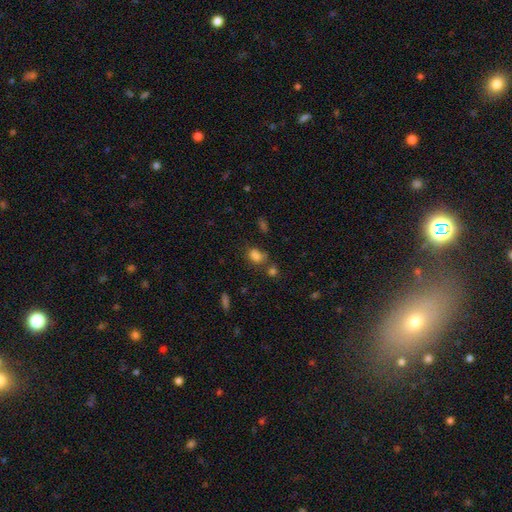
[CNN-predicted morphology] smooth_or_featured: smooth (p=0.79) [alt: star or artifact p=0.14]
how_rounded: in between (p=0.72) [alt: round p=0.26]
merging: none (p=0.56) [alt: merger p=0.19]